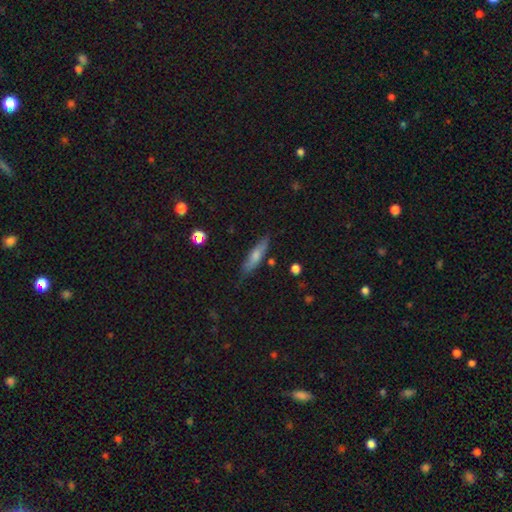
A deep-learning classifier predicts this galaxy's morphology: Overall: smooth (63%; featured or disk 30%). How rounded: cigar-shaped (72%). Merging: none (77%).